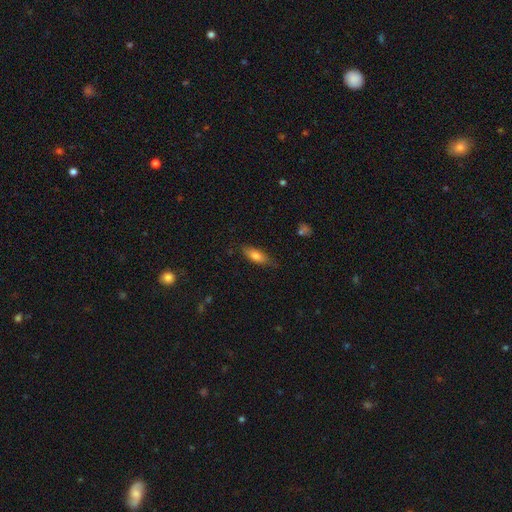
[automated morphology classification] Smooth or featured?
  - smooth: 75% *
  - featured or disk: 18%
  - star or artifact: 7%
How rounded?
  - in between: 62% *
  - cigar-shaped: 36%
  - round: 2%
Merging?
  - none: 76% *
  - minor disturbance: 18%
  - major disturbance: 4%
  - merger: 1%